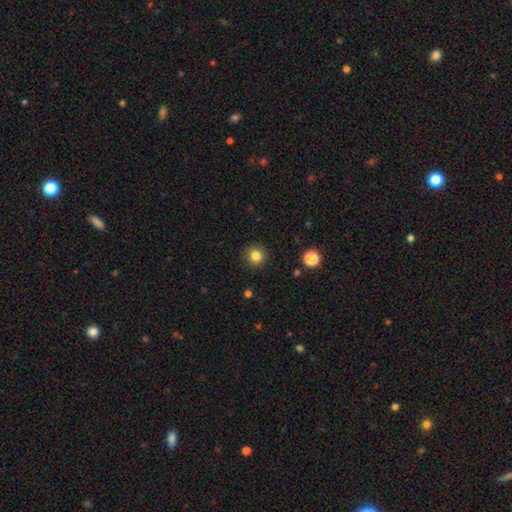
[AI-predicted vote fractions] A smooth galaxy with no disk features (83%) that is round (93%).

Vote fractions:
- Smooth or featured? smooth: 83% / star or artifact: 12% / featured or disk: 5%
- How rounded? round: 93% / in between: 6% / cigar-shaped: 1%
- Merging? none: 91% / minor disturbance: 6% / major disturbance: 2% / merger: 1%